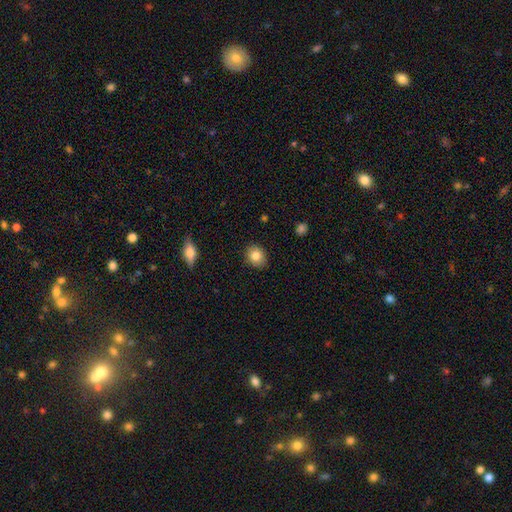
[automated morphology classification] type=smooth (82%); roundness=round (63%); merging=none (88%).